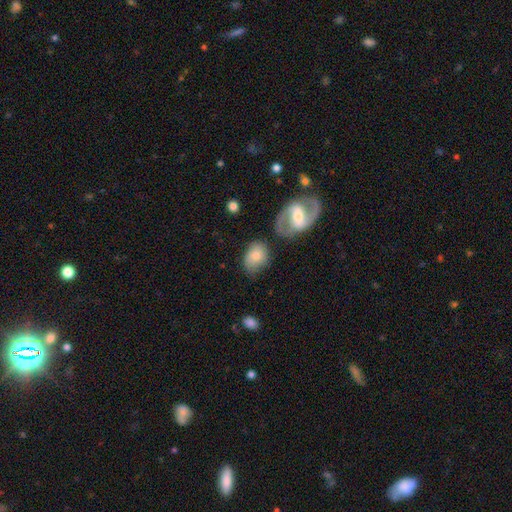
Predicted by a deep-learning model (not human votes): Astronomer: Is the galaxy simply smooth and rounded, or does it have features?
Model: smooth — 67%.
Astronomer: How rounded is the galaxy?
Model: in between — 69%.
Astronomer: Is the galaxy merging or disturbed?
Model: none — 59%.